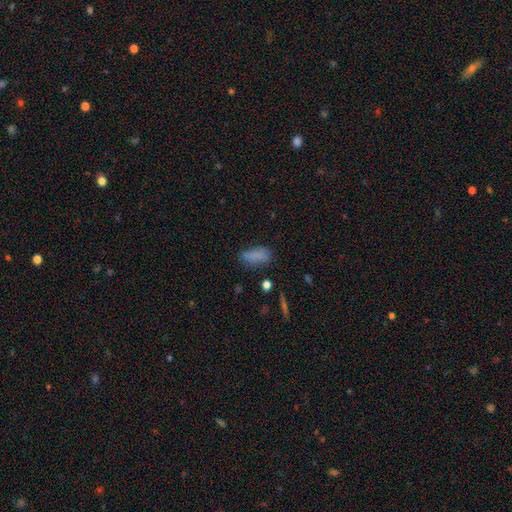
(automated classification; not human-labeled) Smooth or featured: smooth — 78% (star or artifact — 12%)
How rounded: in between — 82% (cigar-shaped — 13%)
Merging: none — 56% (minor disturbance — 28%)